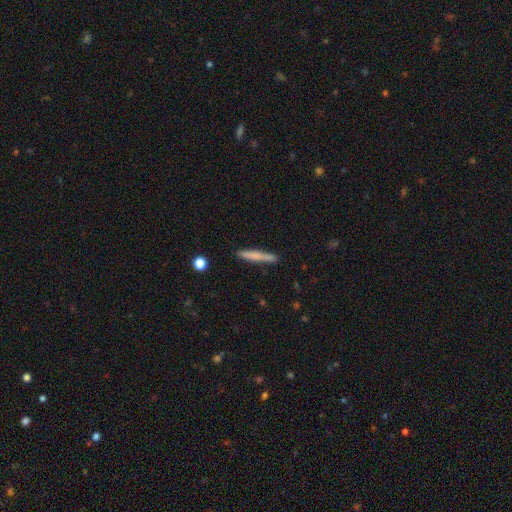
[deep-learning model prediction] This appears to be a smooth galaxy with no disk features (70%) that is cigar-shaped (95%). Merging: none (86%).